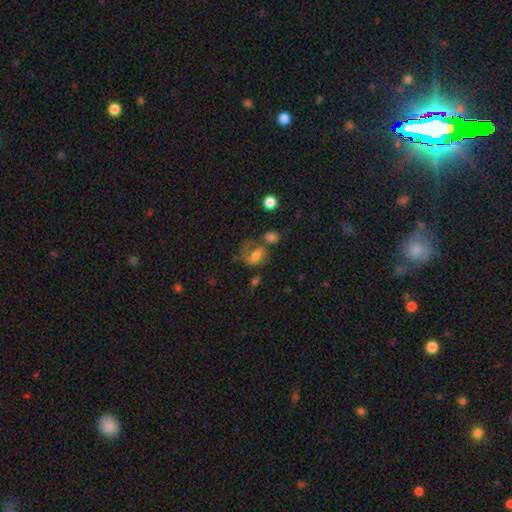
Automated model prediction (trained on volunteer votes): Smooth or featured? smooth (57%)
How rounded? in between (64%)
Merging? major disturbance (31%)